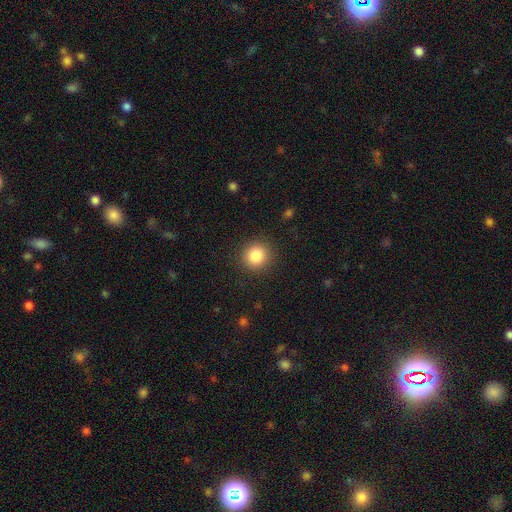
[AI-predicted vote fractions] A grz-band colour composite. It shows a smooth galaxy with no disk features (85%) that is round (90%). Merging: none (90%).